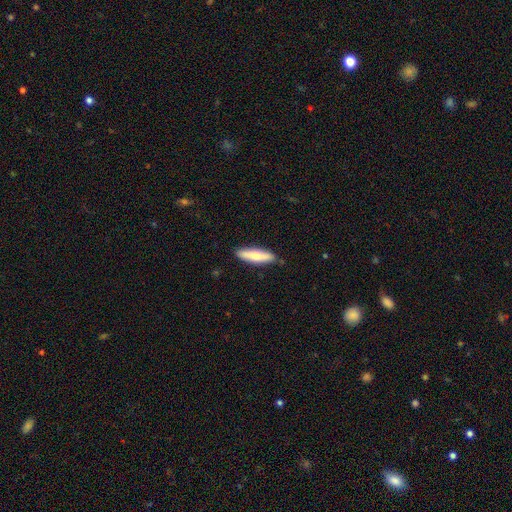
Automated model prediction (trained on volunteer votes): This is likely a smooth galaxy (70%). How rounded: likely cigar-shaped (71%). Merging: clearly none (86%).